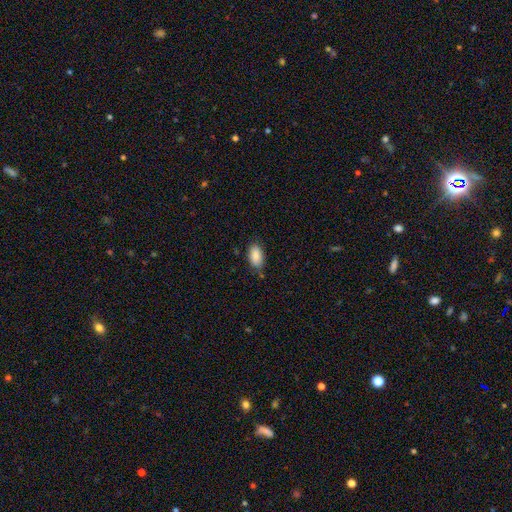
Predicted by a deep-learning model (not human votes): Smooth or featured? Predicted: smooth (p=0.87). How rounded? Predicted: in between (p=0.93). Merging? Predicted: none (p=0.73).